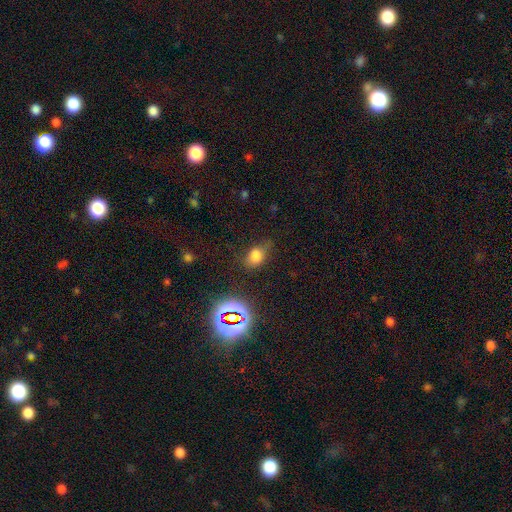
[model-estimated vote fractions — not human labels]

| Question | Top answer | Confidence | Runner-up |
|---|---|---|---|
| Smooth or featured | smooth | 72% | star or artifact (19%) |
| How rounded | in between | 70% | round (28%) |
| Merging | none | 58% | minor disturbance (28%) |